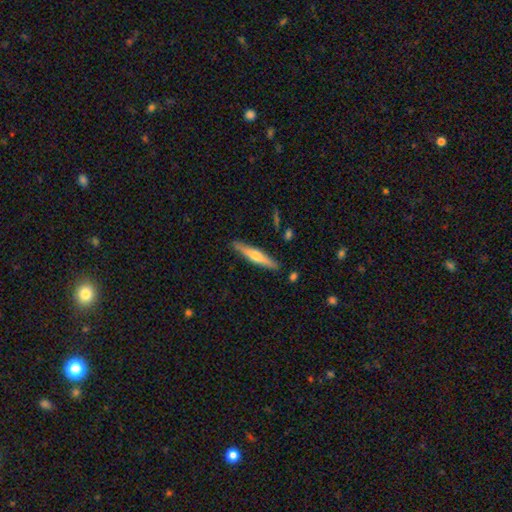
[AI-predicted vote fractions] smooth_or_featured: featured or disk (p=0.54) [alt: smooth p=0.40]
disk_edge_on: yes (p=0.96) [alt: no p=0.04]
edge_on_bulge: rounded (p=0.86) [alt: none p=0.08]
merging: none (p=0.88) [alt: minor disturbance p=0.08]